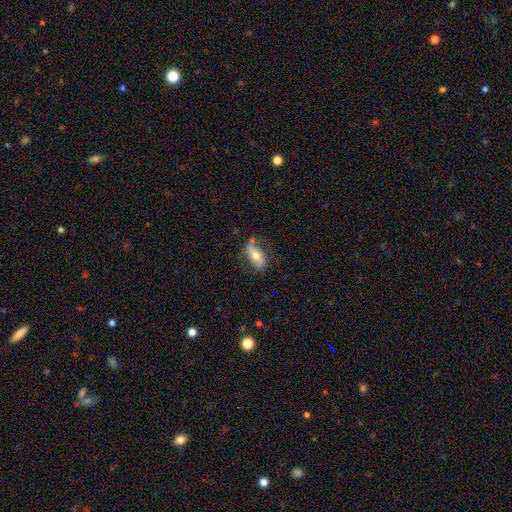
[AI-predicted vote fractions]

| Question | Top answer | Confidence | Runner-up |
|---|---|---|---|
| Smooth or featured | smooth | 53% | featured or disk (40%) |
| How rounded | in between | 86% | cigar-shaped (9%) |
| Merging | none | 61% | minor disturbance (25%) |